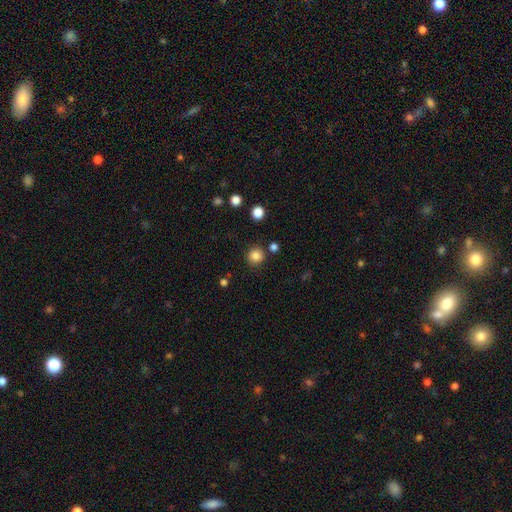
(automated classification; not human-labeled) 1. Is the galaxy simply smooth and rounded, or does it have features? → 84% smooth, 12% star or artifact, 4% featured or disk.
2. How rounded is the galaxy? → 92% round, 7% in between, 1% cigar-shaped.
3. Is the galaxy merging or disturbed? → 86% none, 7% minor disturbance, 4% merger, 3% major disturbance.